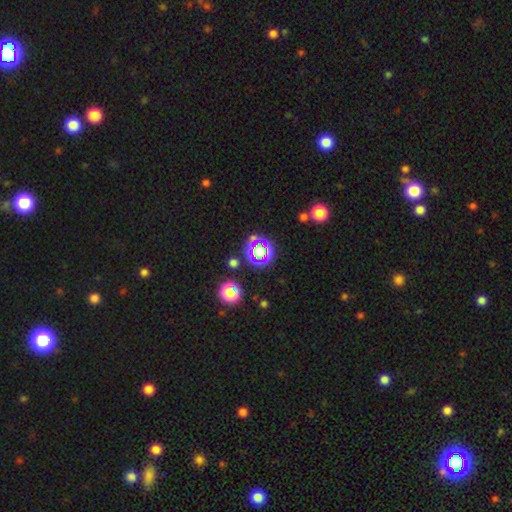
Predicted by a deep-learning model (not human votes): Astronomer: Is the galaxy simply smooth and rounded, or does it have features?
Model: star or artifact — 58%.